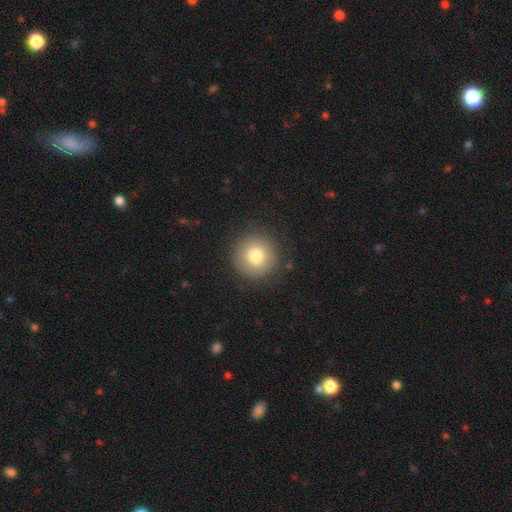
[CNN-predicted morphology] type=smooth (79%); roundness=round (96%); merging=none (88%).